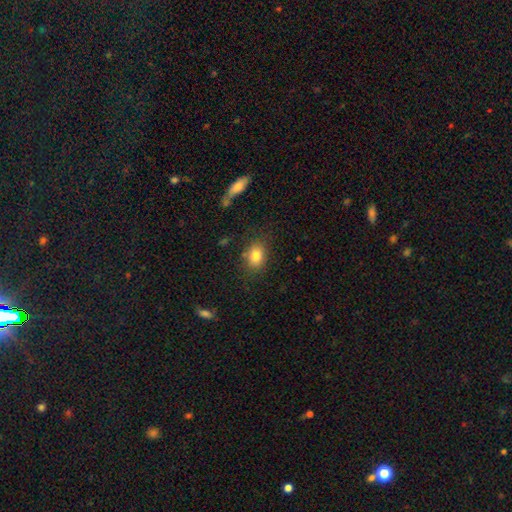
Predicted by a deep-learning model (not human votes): Smooth or featured?
  - smooth: 82% *
  - star or artifact: 9%
  - featured or disk: 9%
How rounded?
  - in between: 66% *
  - round: 33%
  - cigar-shaped: 1%
Merging?
  - none: 79% *
  - minor disturbance: 14%
  - major disturbance: 4%
  - merger: 3%